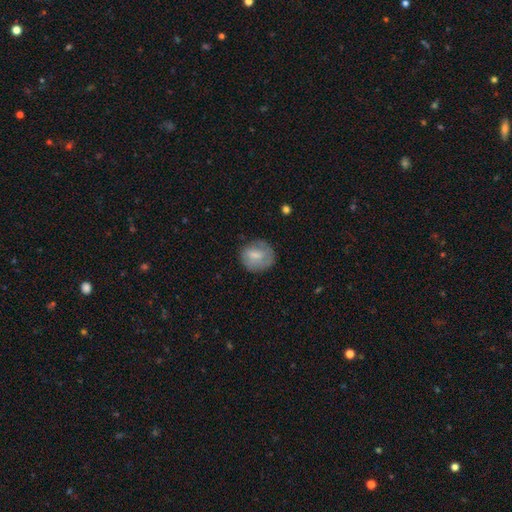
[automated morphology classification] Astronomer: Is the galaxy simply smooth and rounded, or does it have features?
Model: smooth — 66%.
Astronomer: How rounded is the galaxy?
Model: round — 77%.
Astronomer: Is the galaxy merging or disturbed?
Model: none — 67%.